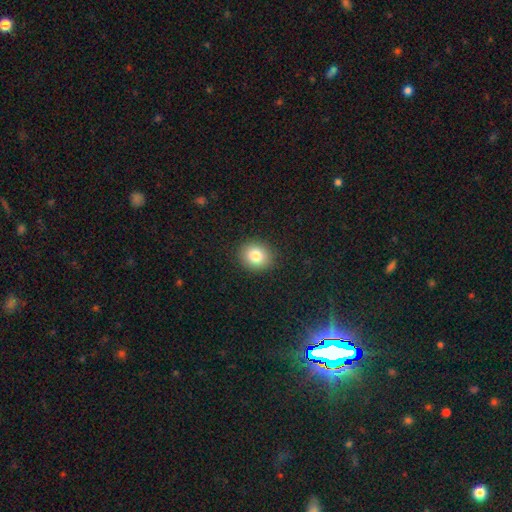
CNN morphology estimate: Q: Smooth or featured?
A: smooth (82%); runner-up: star or artifact (10%)
Q: How rounded?
A: round (76%); runner-up: in between (23%)
Q: Merging?
A: none (91%); runner-up: minor disturbance (6%)